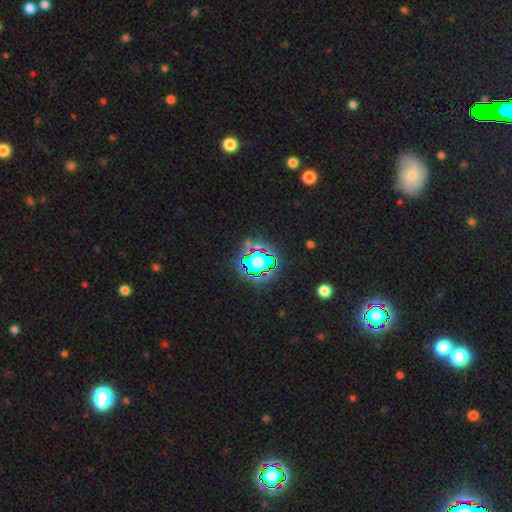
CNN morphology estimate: smooth_or_featured: star or artifact (p=0.77) [alt: smooth p=0.14]